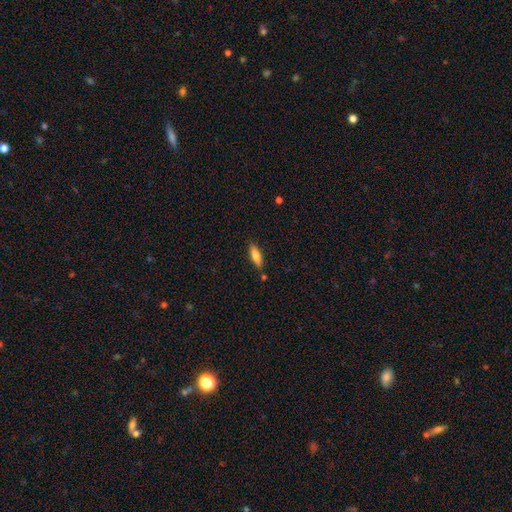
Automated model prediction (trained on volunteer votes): Overall: smooth (75%). How rounded: in between (51%; cigar-shaped 47%). Merging: none (81%).